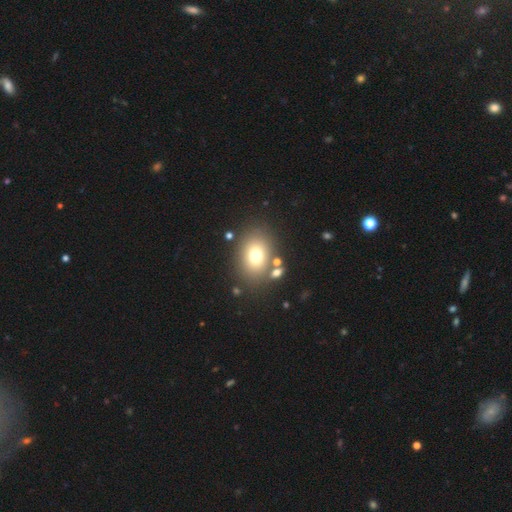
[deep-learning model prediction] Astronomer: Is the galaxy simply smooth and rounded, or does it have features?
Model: smooth — 73%.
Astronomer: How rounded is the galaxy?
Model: in between — 64%.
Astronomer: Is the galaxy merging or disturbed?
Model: none — 78%.